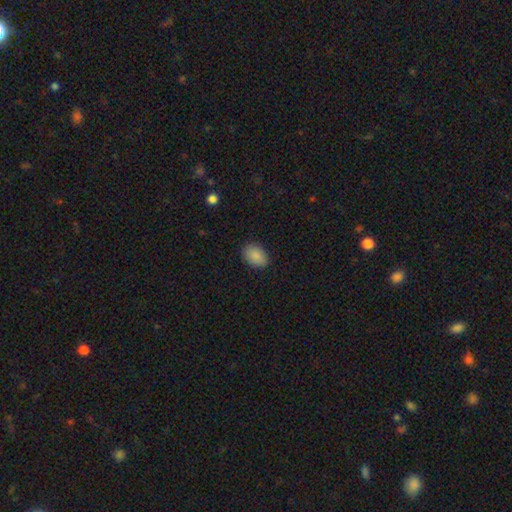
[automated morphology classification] smooth-or-featured: smooth: 88% | star or artifact: 7% | featured or disk: 4%
  how-rounded: in between: 78% | round: 21% | cigar-shaped: 1%
  merging: none: 87% | minor disturbance: 10% | major disturbance: 2% | merger: 1%